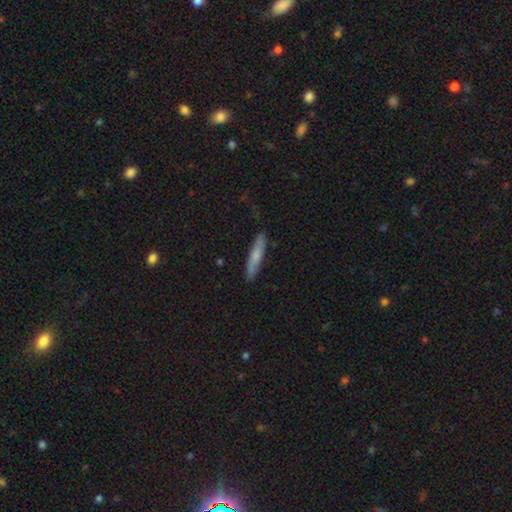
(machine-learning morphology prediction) A smooth galaxy with no disk features (68%) that is cigar-shaped (90%).

Vote fractions:
- Smooth or featured? smooth: 68% / featured or disk: 27% / star or artifact: 6%
- How rounded? cigar-shaped: 90% / in between: 9% / round: 1%
- Merging? none: 85% / minor disturbance: 12% / major disturbance: 2% / merger: 1%